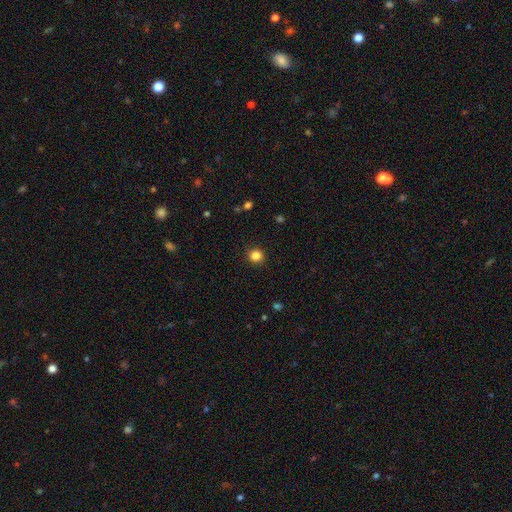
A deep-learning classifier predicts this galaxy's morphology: Smooth or featured? smooth (84%)
How rounded? round (91%)
Merging? none (91%)